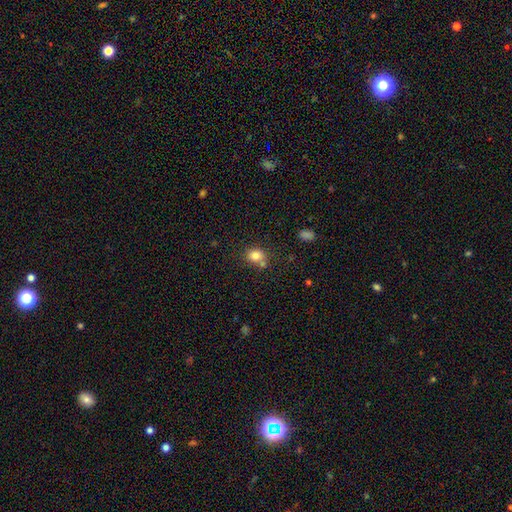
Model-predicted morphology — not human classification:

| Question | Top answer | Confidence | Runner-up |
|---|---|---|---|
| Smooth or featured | smooth | 81% | star or artifact (11%) |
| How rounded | round | 58% | in between (41%) |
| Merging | none | 59% | merger (21%) |